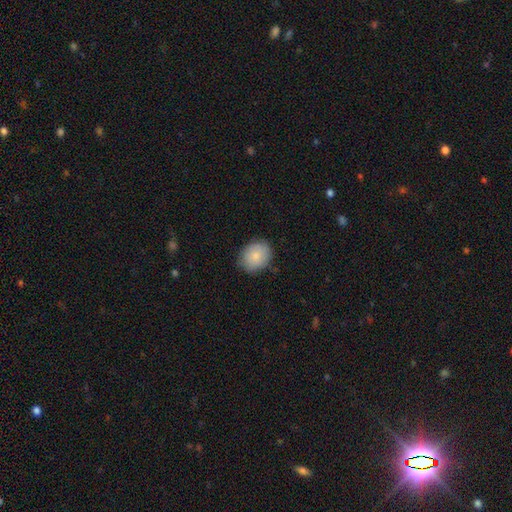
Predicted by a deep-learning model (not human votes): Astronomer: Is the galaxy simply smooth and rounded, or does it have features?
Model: smooth — 81%.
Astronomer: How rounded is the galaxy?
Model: round — 52% (runner-up: in between, 47%).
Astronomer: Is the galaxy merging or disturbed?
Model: none — 78%.